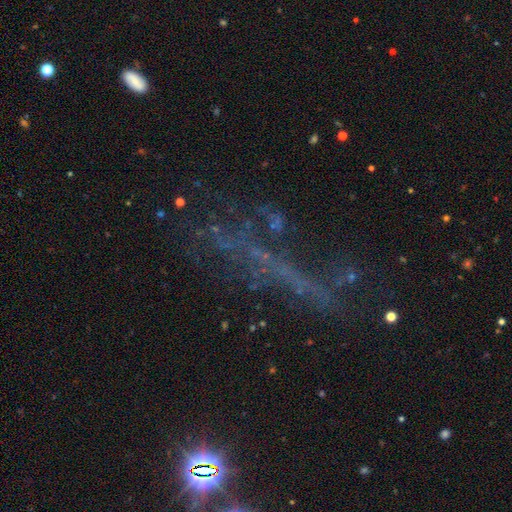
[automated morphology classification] A star or artifact, not a galaxy (43%).

Vote fractions:
- Smooth or featured? star or artifact: 43% / featured or disk: 37% / smooth: 21%